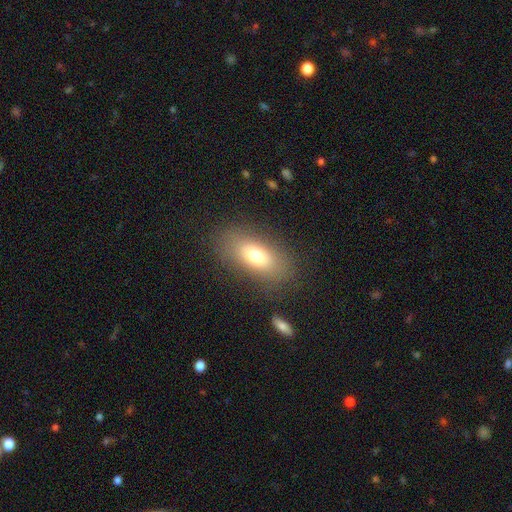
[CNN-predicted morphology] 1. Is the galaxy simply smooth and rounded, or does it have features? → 72% smooth, 18% featured or disk, 10% star or artifact.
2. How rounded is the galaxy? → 85% in between, 9% cigar-shaped, 7% round.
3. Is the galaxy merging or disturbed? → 81% none, 11% minor disturbance, 5% major disturbance, 2% merger.